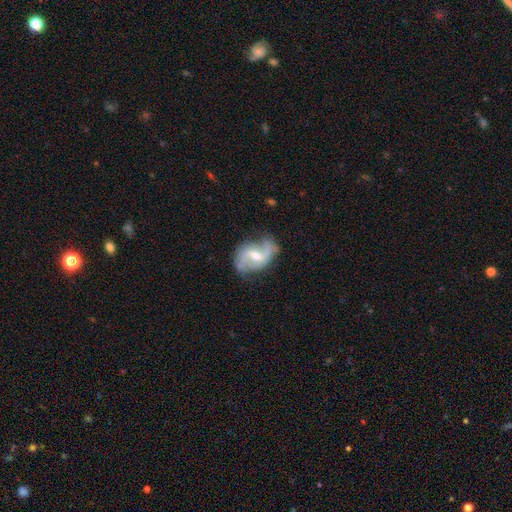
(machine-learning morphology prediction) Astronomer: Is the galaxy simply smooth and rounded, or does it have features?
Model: featured or disk — 83%.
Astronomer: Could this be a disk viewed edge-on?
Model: no — 97%.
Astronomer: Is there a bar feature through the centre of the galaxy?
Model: weak — 54%.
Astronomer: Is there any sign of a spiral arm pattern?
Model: yes — 94%.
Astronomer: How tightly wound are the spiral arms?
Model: loose — 61%.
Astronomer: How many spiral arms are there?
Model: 2 — 89%.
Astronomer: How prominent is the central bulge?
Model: moderate — 55% (runner-up: small, 40%).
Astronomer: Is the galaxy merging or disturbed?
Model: none — 67%.